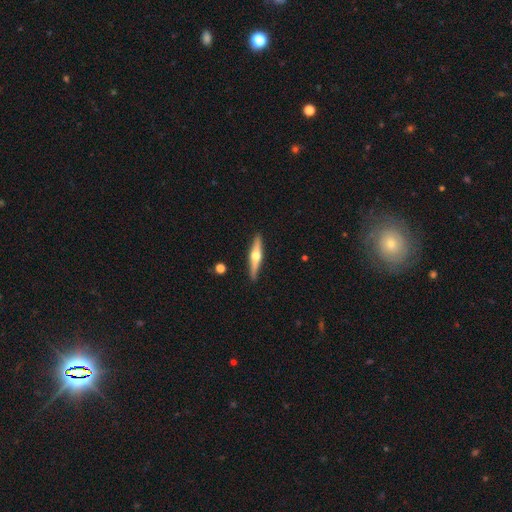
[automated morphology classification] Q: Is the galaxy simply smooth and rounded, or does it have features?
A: featured or disk — 66%.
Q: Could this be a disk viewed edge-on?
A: yes — 96%.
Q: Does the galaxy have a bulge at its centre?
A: rounded — 95%.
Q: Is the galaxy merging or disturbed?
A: none — 90%.